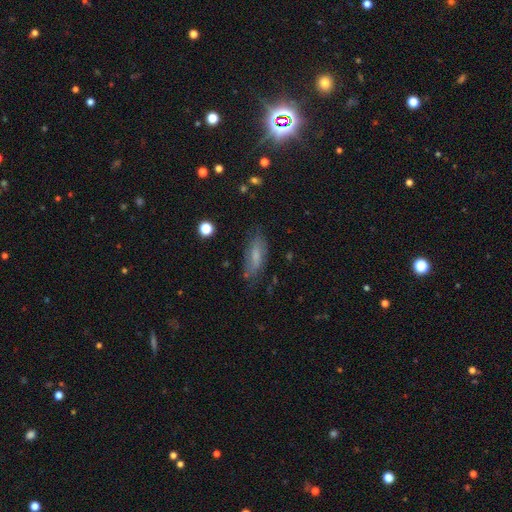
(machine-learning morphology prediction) A smooth galaxy with no disk features (59%) that is in between round and cigar-shaped (65%). Merging: none (70%).